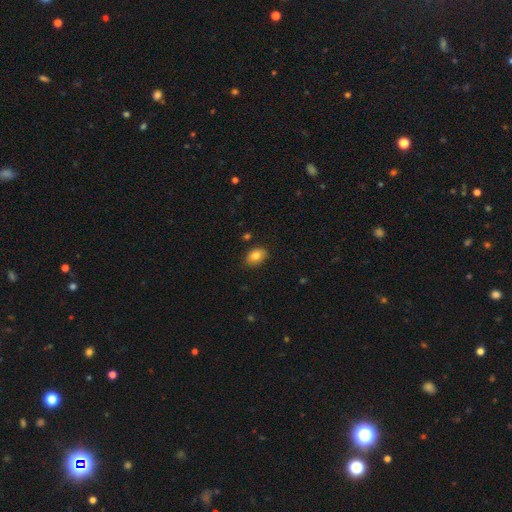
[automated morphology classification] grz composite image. It shows a smooth galaxy with no disk features (83%) that is in between round and cigar-shaped (81%). Merging: none (86%).